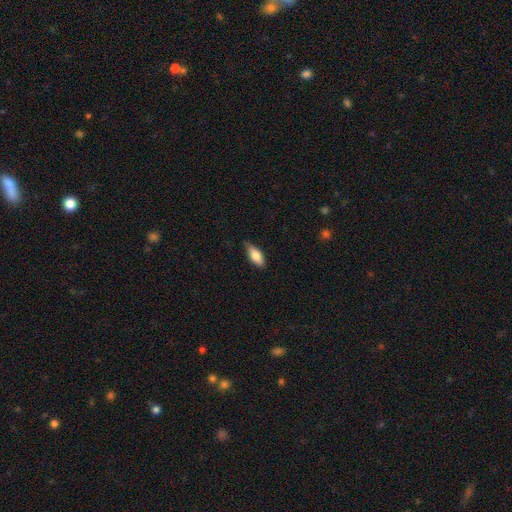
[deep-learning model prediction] smooth_or_featured: smooth (p=0.78) [alt: featured or disk p=0.16]
how_rounded: in between (p=0.77) [alt: cigar-shaped p=0.20]
merging: none (p=0.77) [alt: minor disturbance p=0.19]